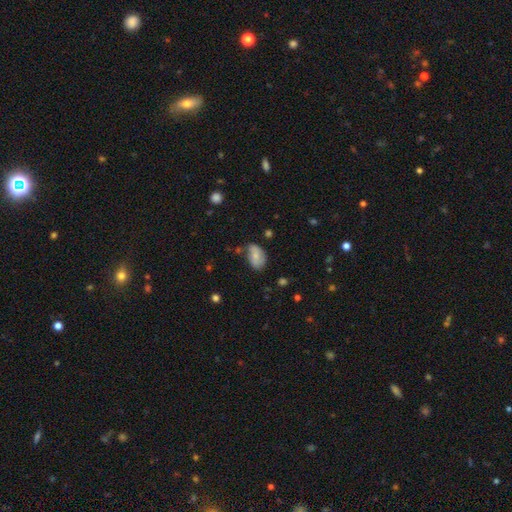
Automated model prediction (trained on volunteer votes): smooth 72%, featured or disk 20%, star or artifact 8%. Down the decision tree: how rounded — in between (90%); merging — none (56%).